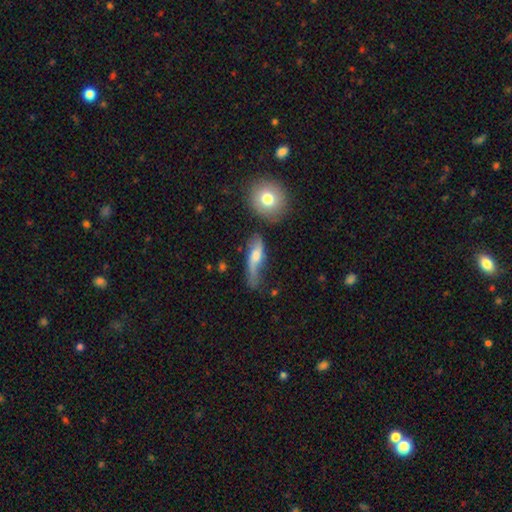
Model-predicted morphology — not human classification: smooth-or-featured: featured or disk: 49% | smooth: 42% | star or artifact: 9%
  merging: none: 42% | minor disturbance: 28% | major disturbance: 22% | merger: 8%